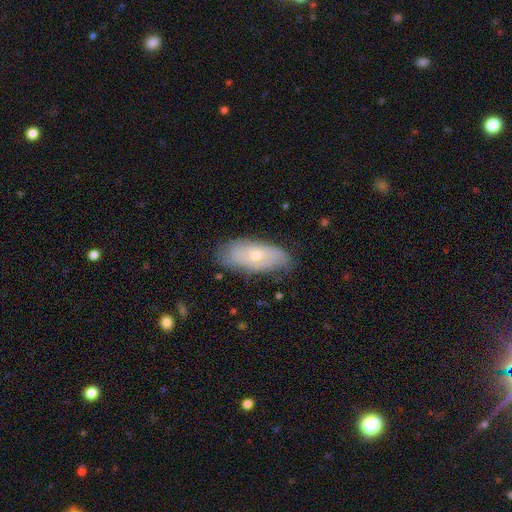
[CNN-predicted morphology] A smooth galaxy with no disk features (47%).

Vote fractions:
- Smooth or featured? smooth: 47% / featured or disk: 46% / star or artifact: 7%
- Merging? none: 72% / minor disturbance: 22% / major disturbance: 5% / merger: 1%